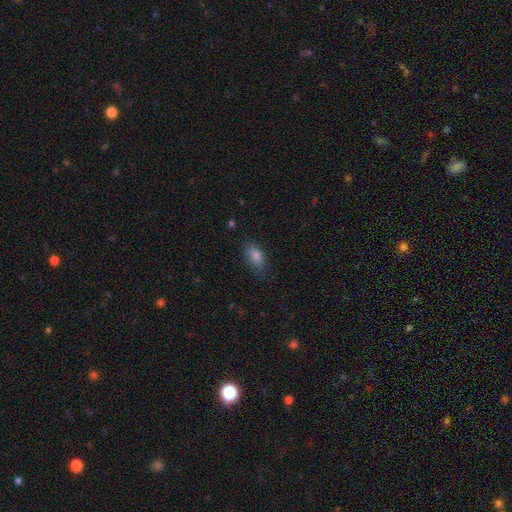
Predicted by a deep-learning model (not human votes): smooth 82%, star or artifact 10%, featured or disk 8%. Down the decision tree: how rounded — in between (88%); merging — none (79%).